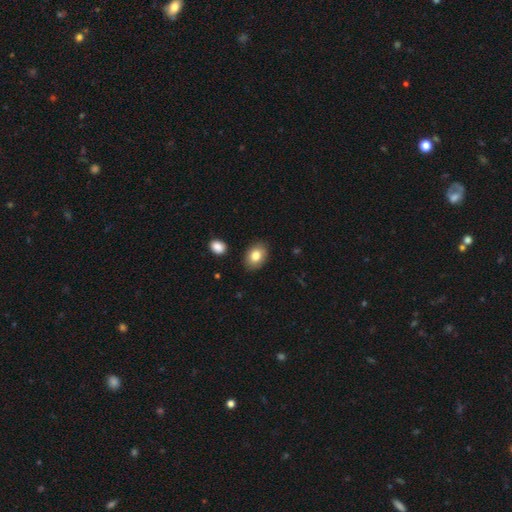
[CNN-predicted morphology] smooth_or_featured: smooth (p=0.82) [alt: featured or disk p=0.10]
how_rounded: in between (p=0.75) [alt: round p=0.24]
merging: none (p=0.87) [alt: minor disturbance p=0.09]